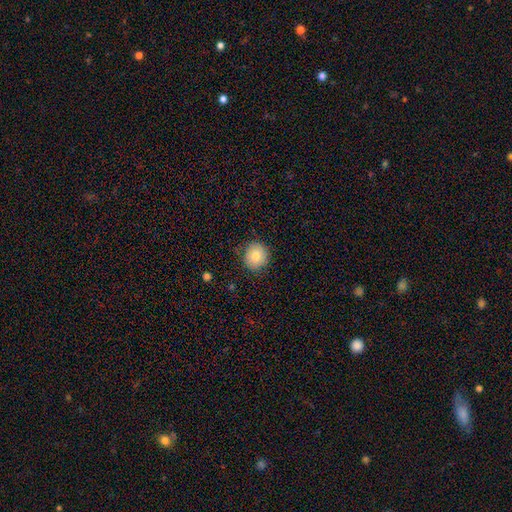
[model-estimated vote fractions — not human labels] Smooth or featured?
  - smooth: 80% *
  - featured or disk: 11%
  - star or artifact: 9%
How rounded?
  - round: 88% *
  - in between: 11%
  - cigar-shaped: 1%
Merging?
  - none: 86% *
  - minor disturbance: 11%
  - major disturbance: 2%
  - merger: 1%